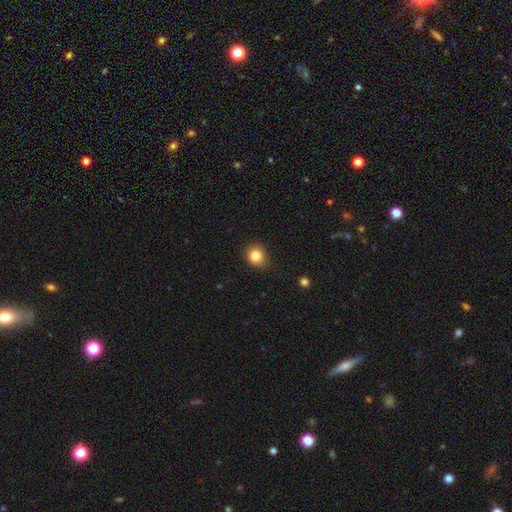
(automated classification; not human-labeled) This appears to be a smooth galaxy with no disk features (85%) that is round (82%). Merging: none (80%).